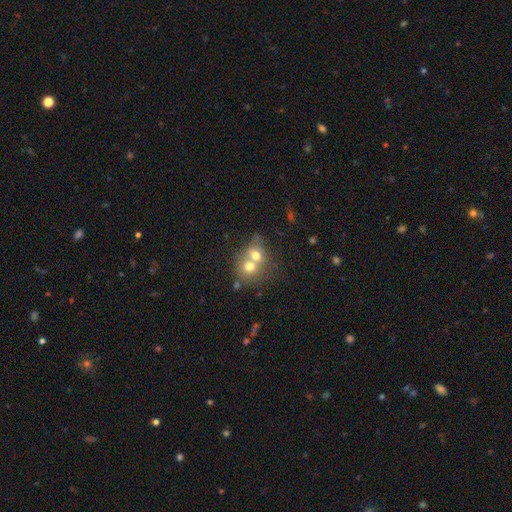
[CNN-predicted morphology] Smooth or featured? smooth (65%)
How rounded? round (69%)
Merging? merger (68%)